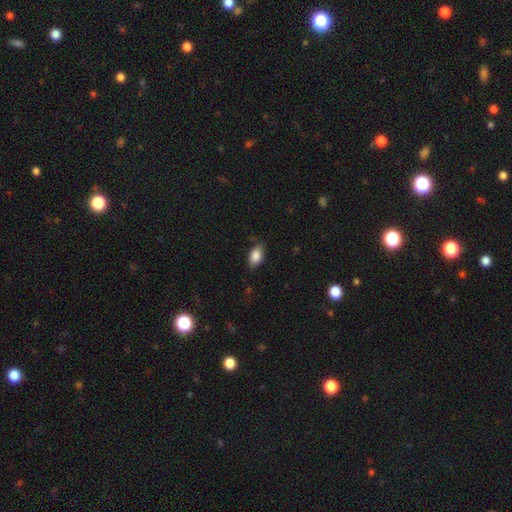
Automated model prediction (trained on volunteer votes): Smooth or featured? Predicted: smooth (p=0.86). How rounded? Predicted: in between (p=0.90). Merging? Predicted: none (p=0.75).